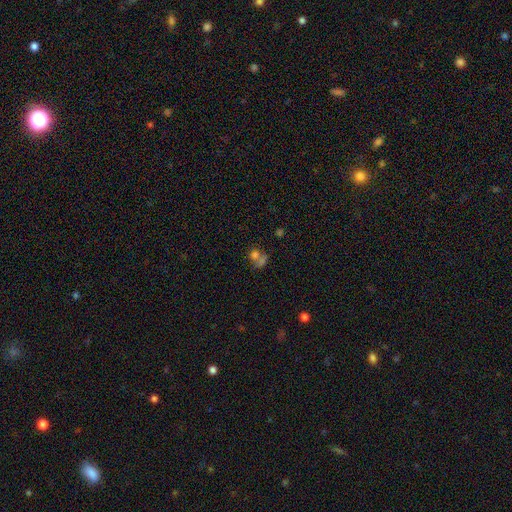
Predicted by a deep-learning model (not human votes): smooth_or_featured: smooth (p=0.60) [alt: star or artifact p=0.23]
how_rounded: round (p=0.73) [alt: in between p=0.26]
merging: merger (p=0.41) [alt: none p=0.39]